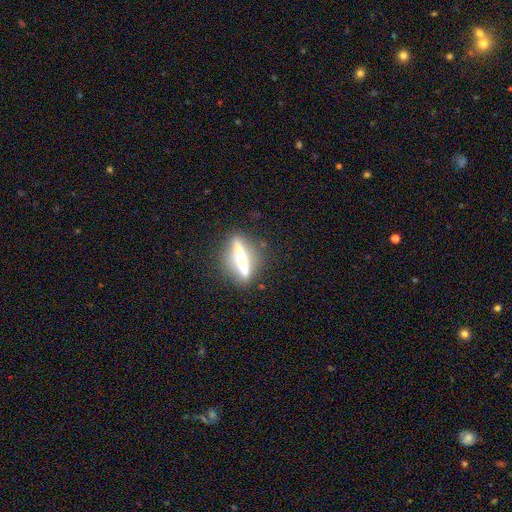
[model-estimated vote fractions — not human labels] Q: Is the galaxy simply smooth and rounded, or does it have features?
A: featured or disk — 56%.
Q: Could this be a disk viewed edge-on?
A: yes — 81%.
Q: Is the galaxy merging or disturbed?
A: none — 84%.